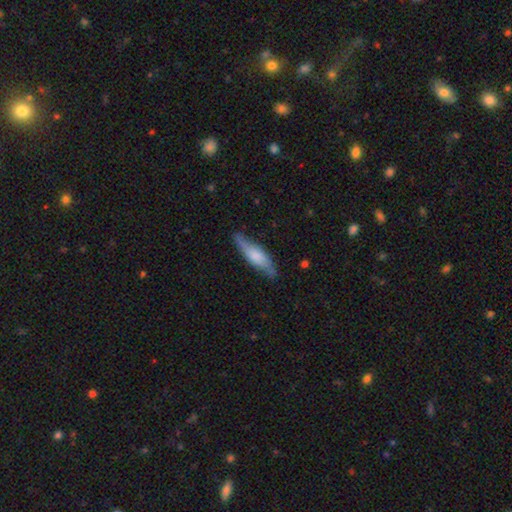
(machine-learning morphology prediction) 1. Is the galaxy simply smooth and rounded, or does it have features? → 57% smooth, 37% featured or disk, 6% star or artifact.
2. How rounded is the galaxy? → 63% cigar-shaped, 35% in between, 2% round.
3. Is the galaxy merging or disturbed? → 75% none, 20% minor disturbance, 4% major disturbance, 2% merger.